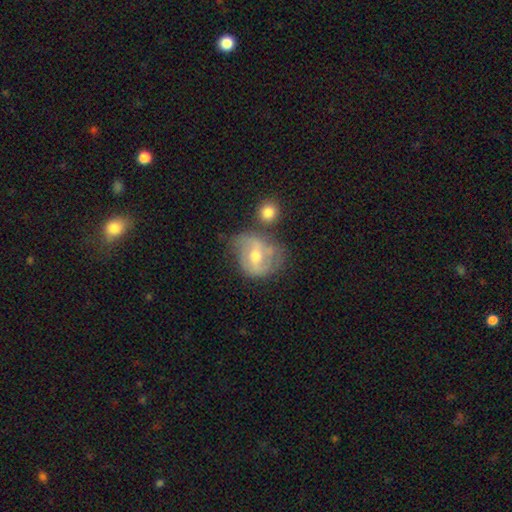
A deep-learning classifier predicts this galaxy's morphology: Smooth or featured? Predicted: featured or disk (p=0.65). Edge-on disk? Predicted: no (p=0.96). Bar? Predicted: weak (p=0.47). Spiral arms? Predicted: yes (p=0.74). Bulge size? Predicted: moderate (p=0.71). Merging? Predicted: none (p=0.45).